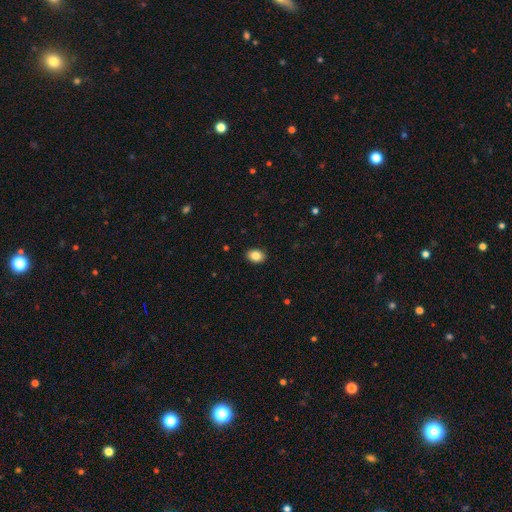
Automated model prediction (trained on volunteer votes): Overall: smooth (85%). How rounded: in between (73%). Merging: none (90%).